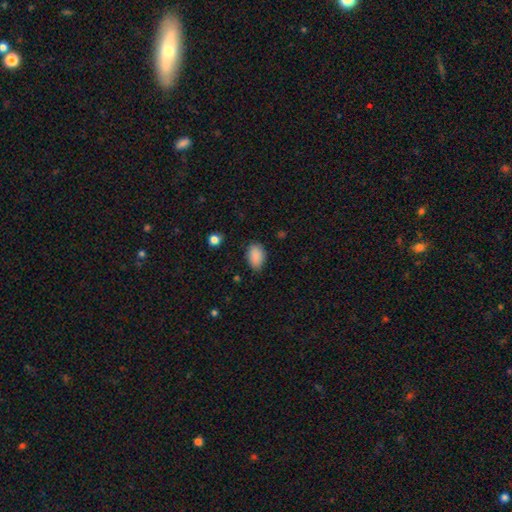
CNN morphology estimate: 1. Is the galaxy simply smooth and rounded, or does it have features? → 89% smooth, 8% star or artifact, 3% featured or disk.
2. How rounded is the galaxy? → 87% in between, 12% round, 1% cigar-shaped.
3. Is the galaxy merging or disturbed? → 78% none, 18% minor disturbance, 3% major disturbance, 1% merger.